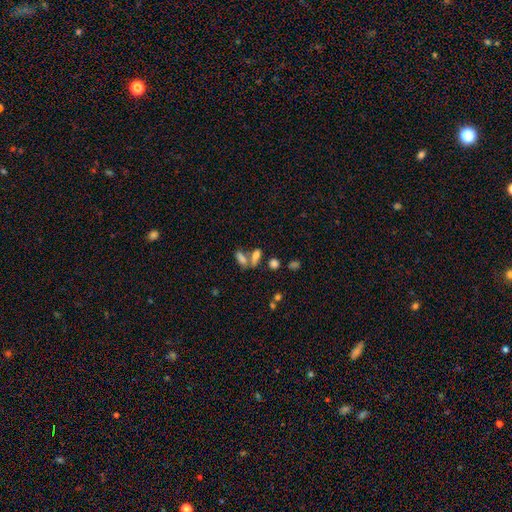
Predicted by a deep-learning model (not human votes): Overall: smooth (72%). How rounded: in between (70%). Merging: merger (45%; none 39%).